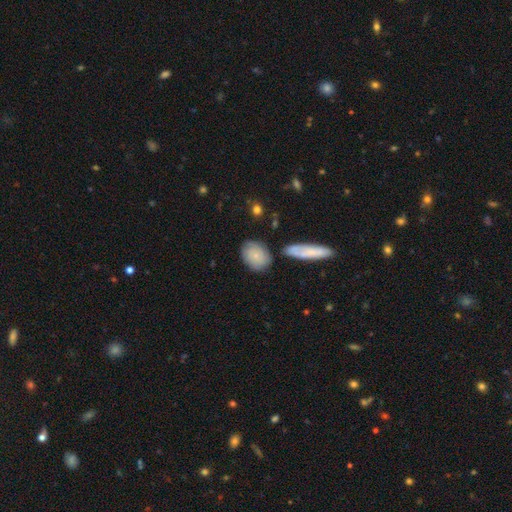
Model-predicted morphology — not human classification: smooth-or-featured: smooth: 71% | featured or disk: 23% | star or artifact: 6%
  how-rounded: in between: 62% | round: 35% | cigar-shaped: 3%
  merging: none: 70% | minor disturbance: 17% | merger: 9% | major disturbance: 5%